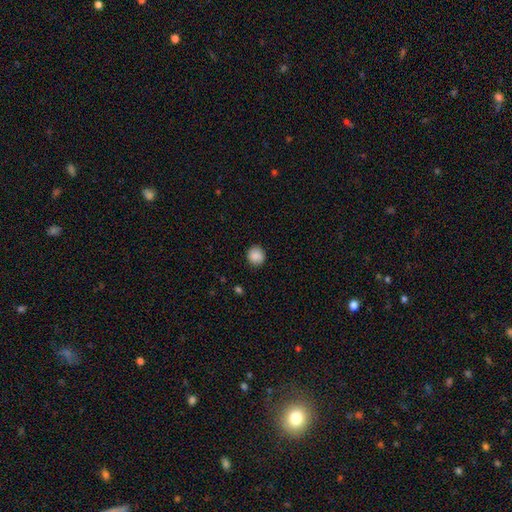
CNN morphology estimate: A smooth galaxy with no disk features (88%) that is round (88%). Merging: none (89%).